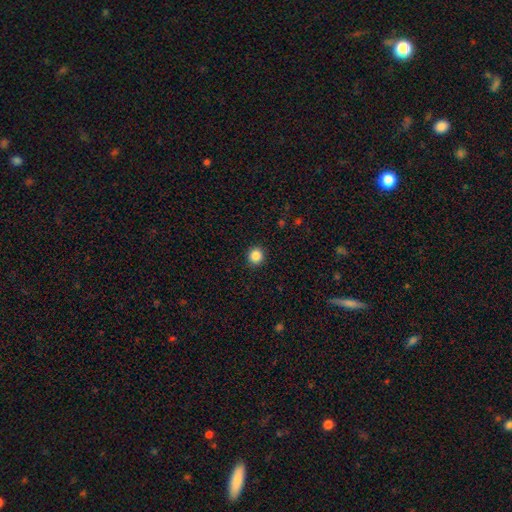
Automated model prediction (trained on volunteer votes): Overall: smooth (86%). How rounded: round (93%). Merging: none (92%).